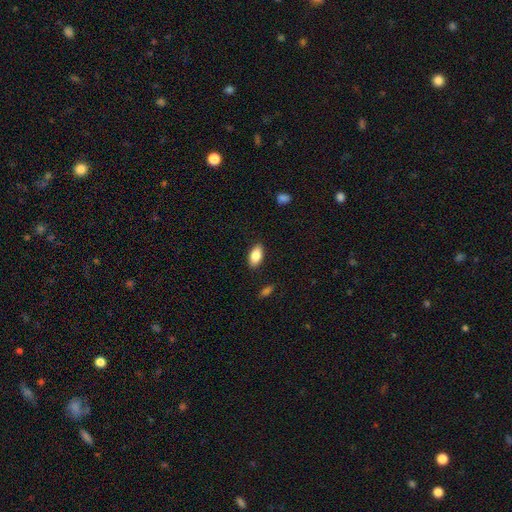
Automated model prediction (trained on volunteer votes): smooth 85%, featured or disk 8%, star or artifact 7%. Down the decision tree: how rounded — in between (92%); merging — none (88%).